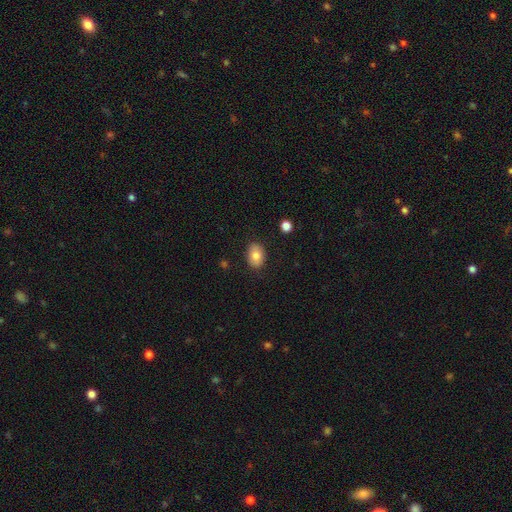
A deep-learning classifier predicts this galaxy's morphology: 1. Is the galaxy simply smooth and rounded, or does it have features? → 81% smooth, 10% featured or disk, 8% star or artifact.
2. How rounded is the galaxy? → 81% in between, 18% round, 1% cigar-shaped.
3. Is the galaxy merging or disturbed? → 85% none, 11% minor disturbance, 2% major disturbance, 1% merger.